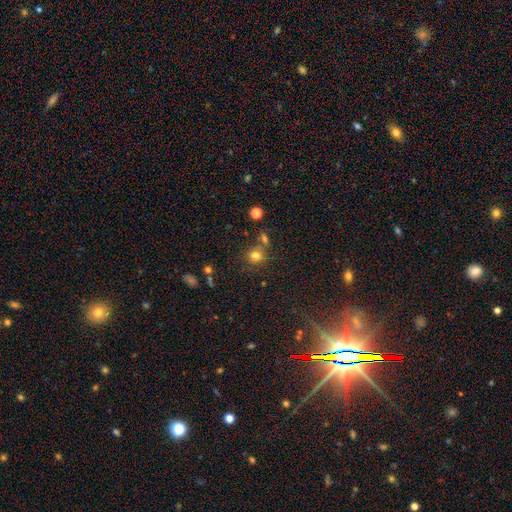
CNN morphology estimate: Smooth or featured? smooth (77%)
How rounded? round (85%)
Merging? none (69%)